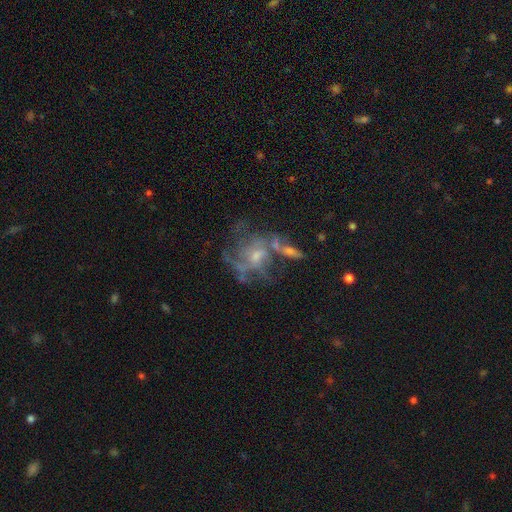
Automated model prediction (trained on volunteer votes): A featured or disk galaxy (70%) with no bar (68%), spiral arms (57%) and a small central bulge (44%).

Vote fractions:
- Smooth or featured? featured or disk: 70% / smooth: 17% / star or artifact: 13%
- Edge-on disk? no: 96% / yes: 4%
- Bar? no: 68% / weak: 26% / strong: 5%
- Spiral arms? yes: 57% / no: 43%
- Bulge size? small: 44% / moderate: 41% / none: 10% / large: 4% / dominant: 1%
- Merging? none: 35% / major disturbance: 26% / merger: 23% / minor disturbance: 16%